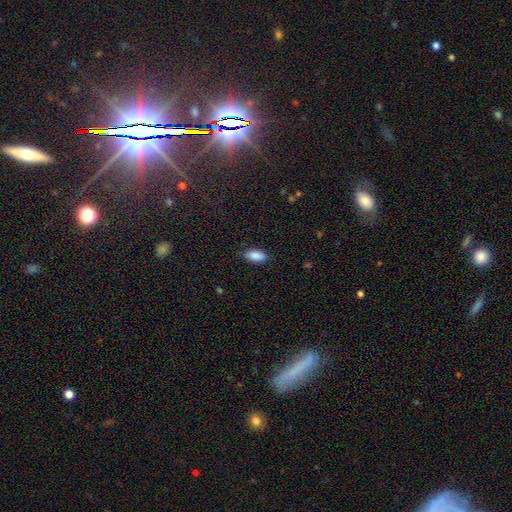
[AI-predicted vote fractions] The model was most divided on "merging": none: 86%, minor disturbance: 10%, major disturbance: 2%, merger: 1%. More confident: smooth or featured — smooth (88%); how rounded — in between (87%).